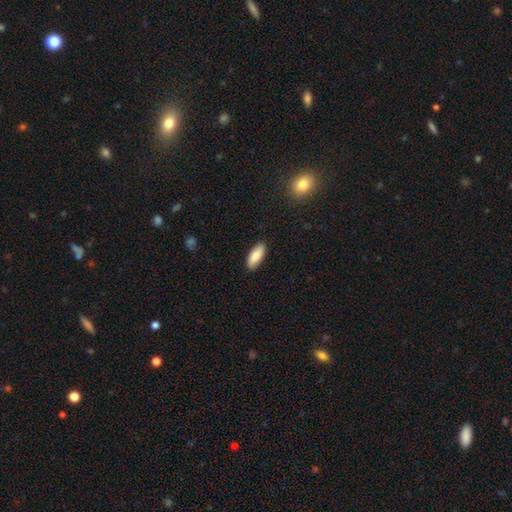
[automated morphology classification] This is clearly a smooth galaxy (86%). How rounded: likely in between (79%). Merging: clearly none (88%).